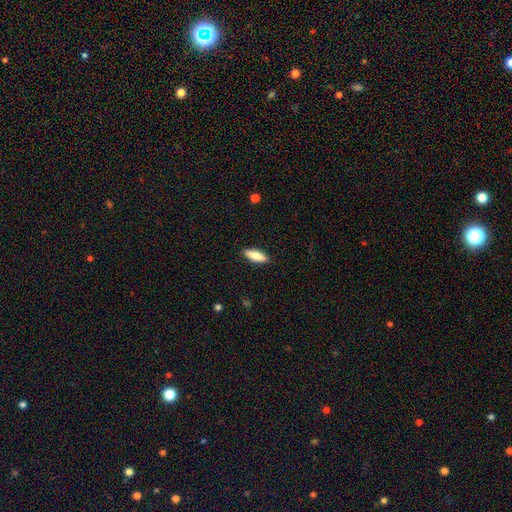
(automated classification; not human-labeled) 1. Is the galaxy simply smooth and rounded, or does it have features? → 77% smooth, 18% featured or disk, 6% star or artifact.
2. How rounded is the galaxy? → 56% in between, 42% cigar-shaped, 2% round.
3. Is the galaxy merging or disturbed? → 89% none, 8% minor disturbance, 2% major disturbance, 1% merger.